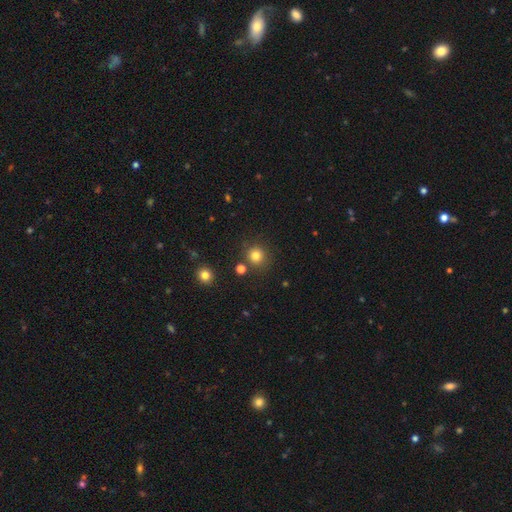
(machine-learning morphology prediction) smooth 80%, star or artifact 14%, featured or disk 6%. Down the decision tree: how rounded — round (91%); merging — none (83%).